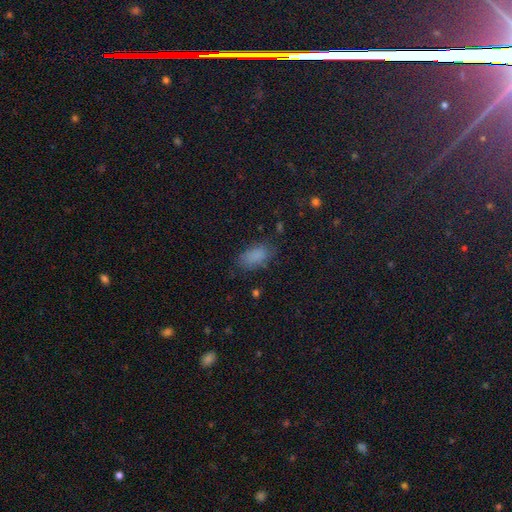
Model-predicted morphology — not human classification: The model was most divided on "merging": none: 74%, minor disturbance: 18%, major disturbance: 6%, merger: 2%. More confident: how rounded — in between (91%); smooth or featured — smooth (83%).